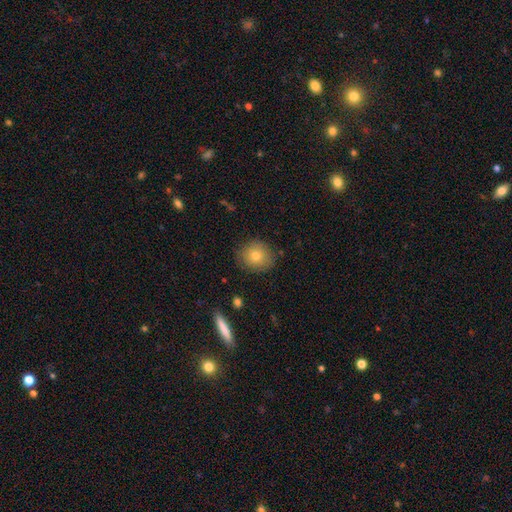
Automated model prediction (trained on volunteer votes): Overall: smooth (76%). How rounded: round (86%). Merging: none (85%).